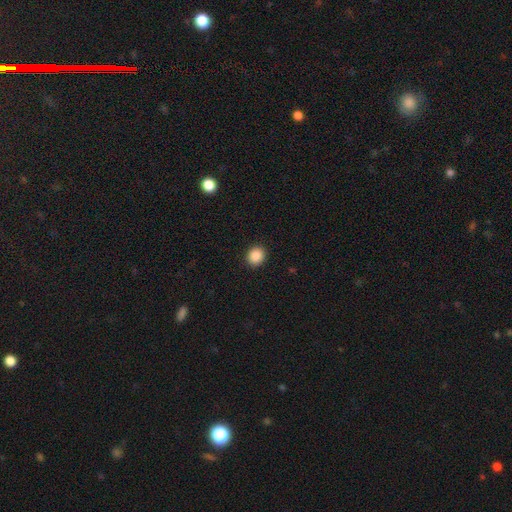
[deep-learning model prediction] smooth_or_featured: smooth (p=0.88) [alt: star or artifact p=0.09]
how_rounded: round (p=0.77) [alt: in between p=0.22]
merging: none (p=0.91) [alt: minor disturbance p=0.06]